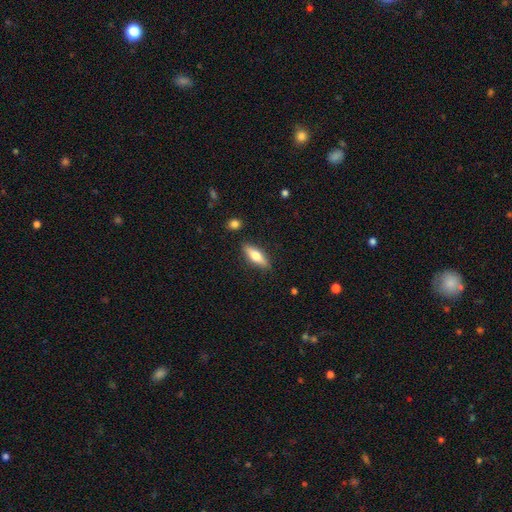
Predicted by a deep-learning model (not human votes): Overall: smooth (61%; featured or disk 33%). How rounded: in between (52%; cigar-shaped 45%). Merging: none (86%).